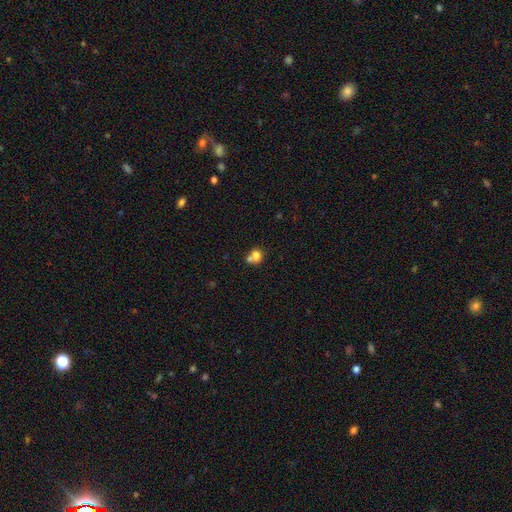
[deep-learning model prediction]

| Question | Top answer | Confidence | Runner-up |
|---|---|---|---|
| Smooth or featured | smooth | 75% | featured or disk (14%) |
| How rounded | round | 70% | in between (29%) |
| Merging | merger | 51% | none (37%) |